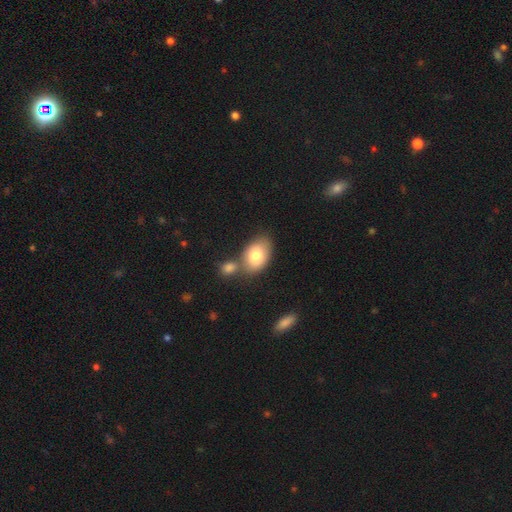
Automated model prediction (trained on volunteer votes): smooth-or-featured: smooth: 78% | featured or disk: 15% | star or artifact: 7%
  how-rounded: in between: 84% | round: 14% | cigar-shaped: 1%
  merging: none: 51% | merger: 30% | minor disturbance: 14% | major disturbance: 4%